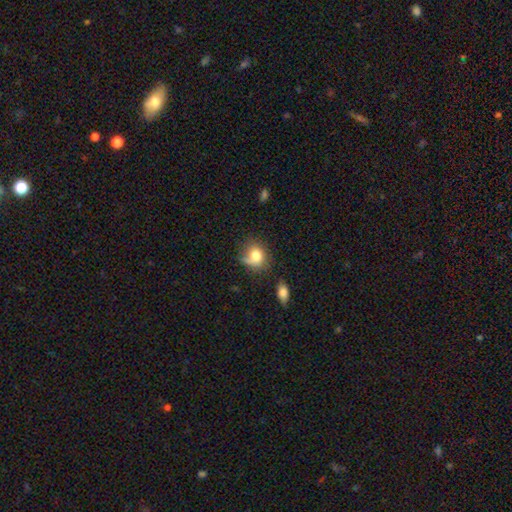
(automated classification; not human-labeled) smooth 75%, featured or disk 15%, star or artifact 9%. Down the decision tree: how rounded — round (66%); merging — none (52%).